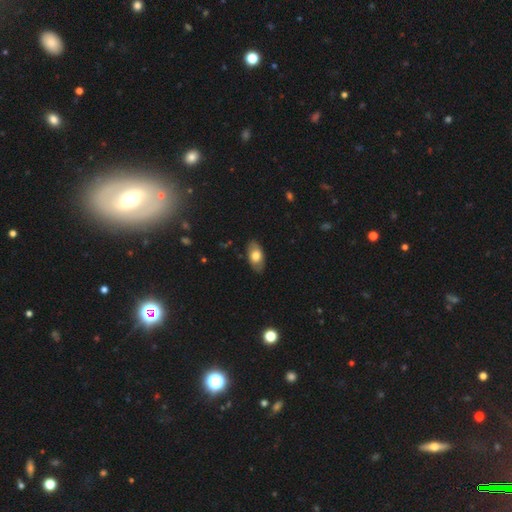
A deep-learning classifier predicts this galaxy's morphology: A smooth galaxy with no disk features (70%) that is in between round and cigar-shaped (92%). Merging: none (85%).